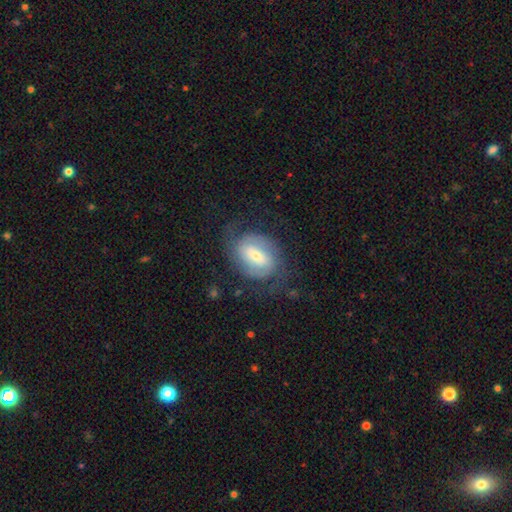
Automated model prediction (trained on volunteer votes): Overall: featured or disk (72%). Edge-on disk: no (96%). Bar: weak (44%; strong 32%). Spiral arms: yes (87%). Spiral arm count: 2 (71%). Spiral winding: tight (44%; medium 40%). Bulge size: small (50%; moderate 41%). Merging: none (68%).